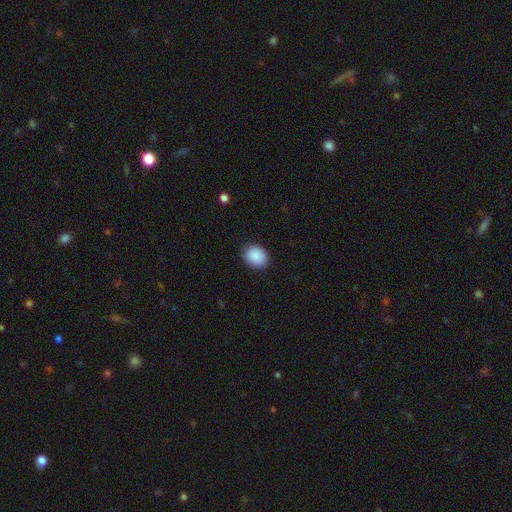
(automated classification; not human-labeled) The model was most divided on "how rounded": in between: 51%, round: 49%, cigar-shaped: 1%. More confident: smooth or featured — smooth (89%); merging — none (87%).